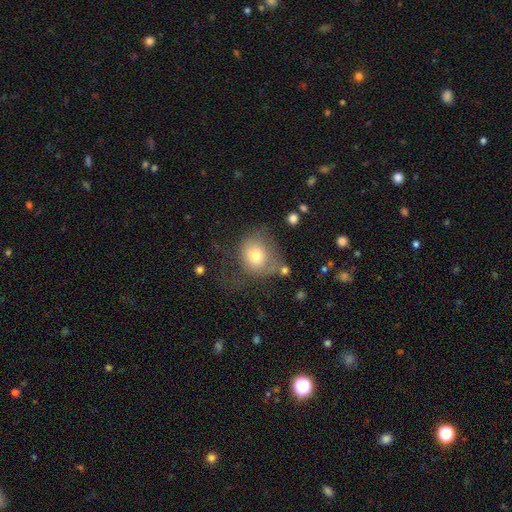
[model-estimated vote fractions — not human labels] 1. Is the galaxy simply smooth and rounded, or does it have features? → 73% smooth, 17% featured or disk, 10% star or artifact.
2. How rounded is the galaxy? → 66% round, 33% in between, 1% cigar-shaped.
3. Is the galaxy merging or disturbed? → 38% none, 30% major disturbance, 27% minor disturbance, 5% merger.